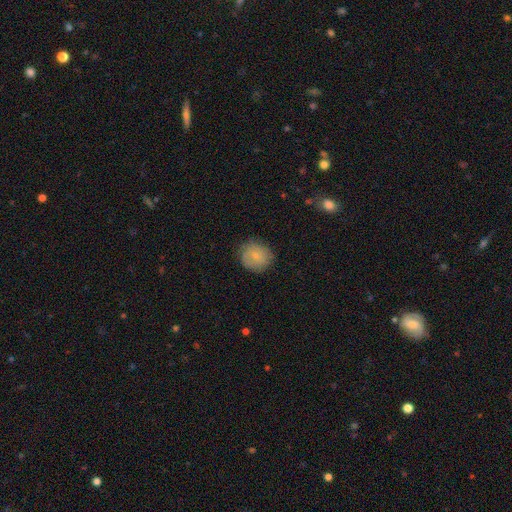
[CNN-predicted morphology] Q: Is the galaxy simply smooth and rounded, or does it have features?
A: smooth — 69%.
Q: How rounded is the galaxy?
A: round — 80%.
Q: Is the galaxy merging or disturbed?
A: none — 77%.